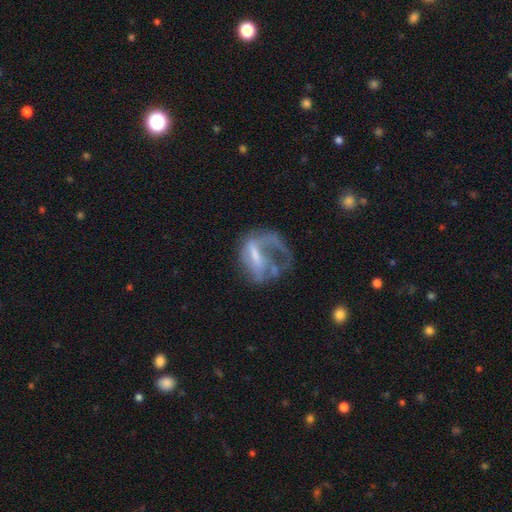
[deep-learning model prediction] Morphology: type=featured or disk (65%); edge-on=no (95%); bar=weak (38%); spiral arms=yes (50%, tied with no); bulge=small (35%); merging=major disturbance (52%).